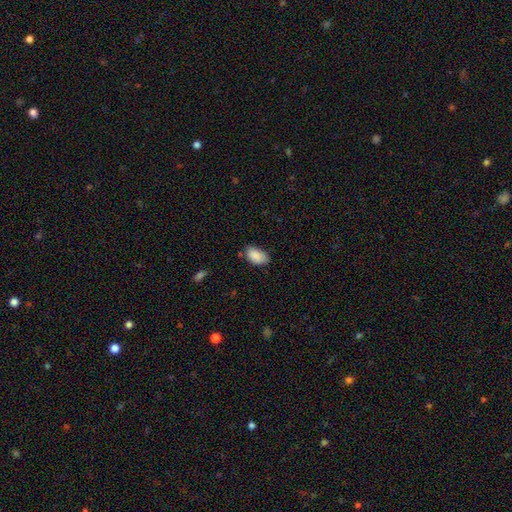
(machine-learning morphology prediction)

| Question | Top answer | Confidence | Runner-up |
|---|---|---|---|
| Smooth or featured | smooth | 88% | star or artifact (7%) |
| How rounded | in between | 93% | round (6%) |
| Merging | none | 68% | minor disturbance (25%) |